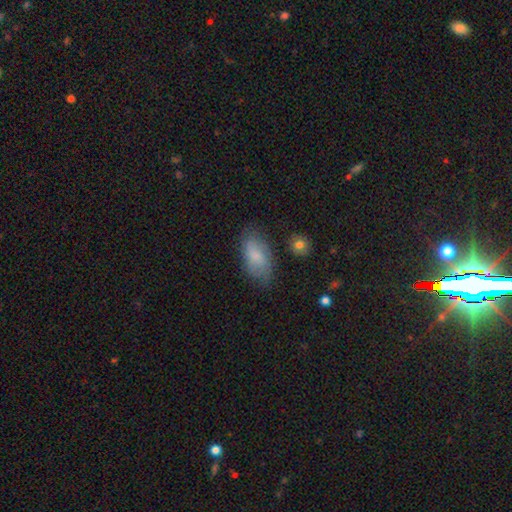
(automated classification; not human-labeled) The model was most divided on "merging": none: 70%, minor disturbance: 22%, major disturbance: 6%, merger: 2%. More confident: how rounded — in between (92%); smooth or featured — smooth (73%).